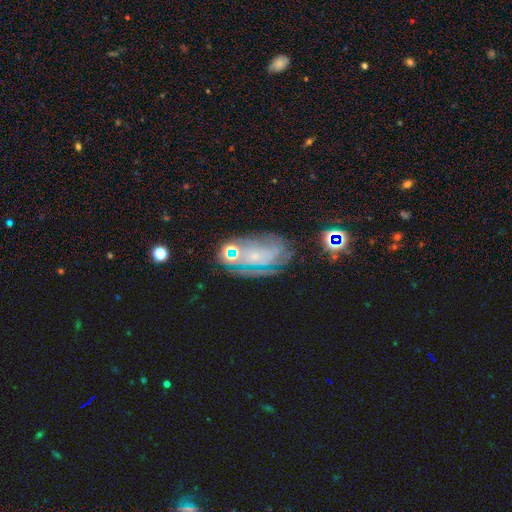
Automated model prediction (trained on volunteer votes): This is likely a featured or disk galaxy (65%). It is clearly not viewed edge-on (95%). Bar: likely no (72%). Spiral arm pattern: clearly yes (81%). Spiral arm count: possibly can't tell (47%). Spiral winding: likely tight (61%). Central bulge: likely small (73%). Merging: possibly none (53%).